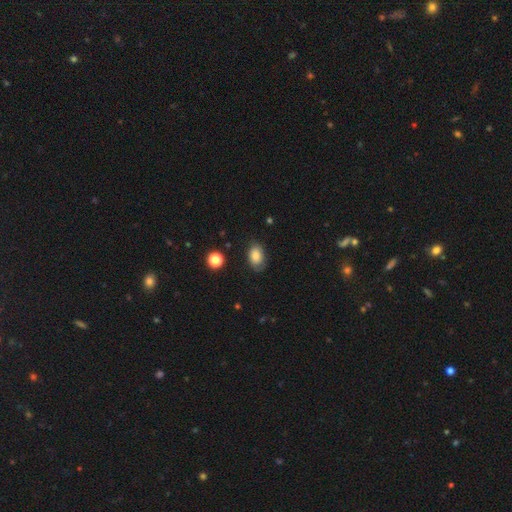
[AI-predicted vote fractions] A smooth galaxy with no disk features (75%) that is in between round and cigar-shaped (87%). Merging: none (72%).